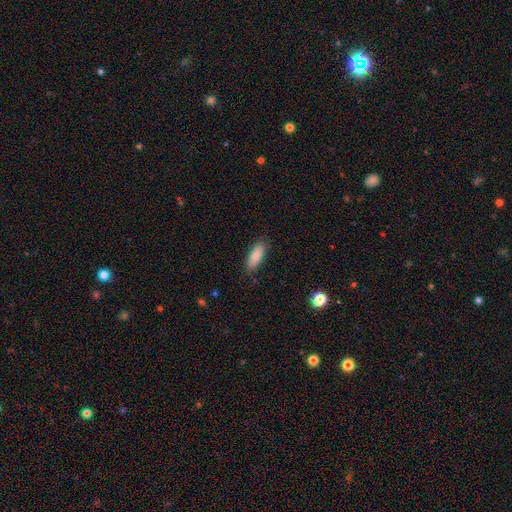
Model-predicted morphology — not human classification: This is clearly a smooth galaxy (83%). How rounded: likely in between (70%). Merging: clearly none (86%).